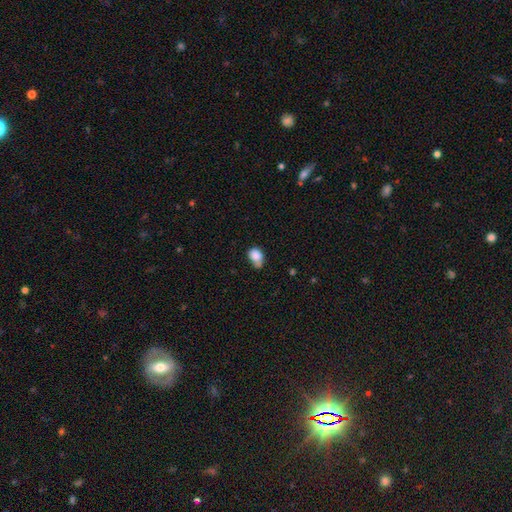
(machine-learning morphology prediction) Smooth or featured?
  - smooth: 84% *
  - star or artifact: 9%
  - featured or disk: 7%
How rounded?
  - in between: 63% *
  - round: 36%
  - cigar-shaped: 1%
Merging?
  - none: 39% *
  - minor disturbance: 37%
  - merger: 13%
  - major disturbance: 12%